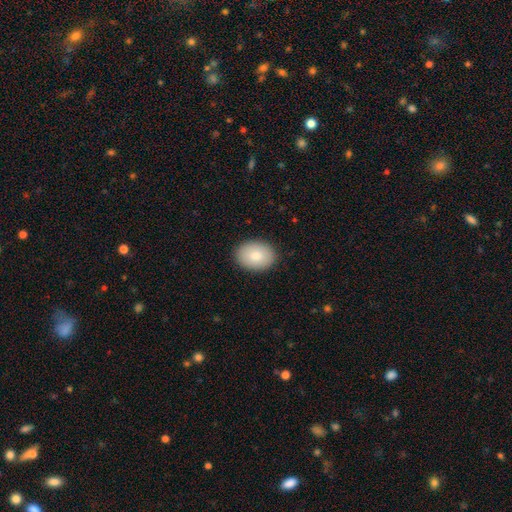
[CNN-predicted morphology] smooth-or-featured: smooth: 84% | featured or disk: 10% | star or artifact: 6%
  how-rounded: in between: 70% | round: 29% | cigar-shaped: 1%
  merging: none: 89% | minor disturbance: 8% | major disturbance: 2% | merger: 1%